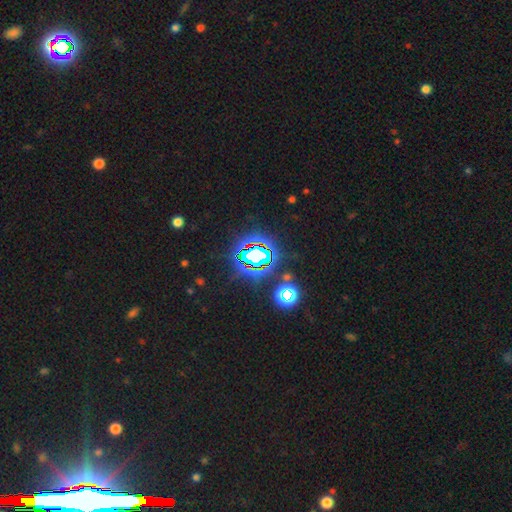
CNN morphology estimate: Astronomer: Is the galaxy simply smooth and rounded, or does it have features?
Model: star or artifact — 73%.